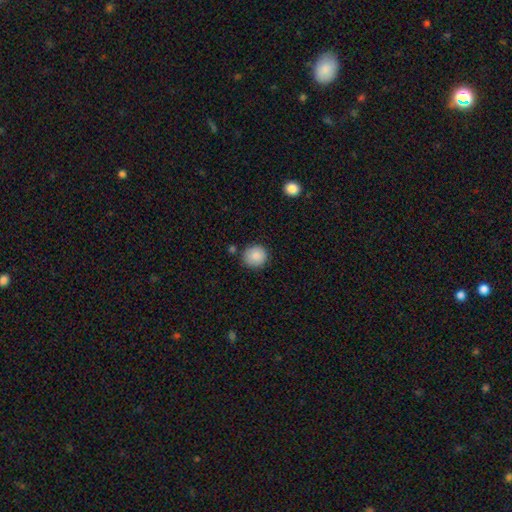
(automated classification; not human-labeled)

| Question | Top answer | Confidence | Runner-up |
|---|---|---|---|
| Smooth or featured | smooth | 89% | star or artifact (8%) |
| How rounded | round | 91% | in between (8%) |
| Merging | none | 84% | minor disturbance (10%) |